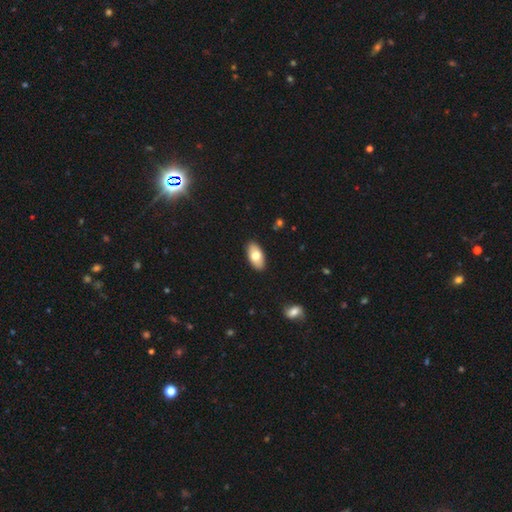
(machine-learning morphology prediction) Smooth or featured? Predicted: smooth (p=0.72). How rounded? Predicted: in between (p=0.94). Merging? Predicted: none (p=0.89).